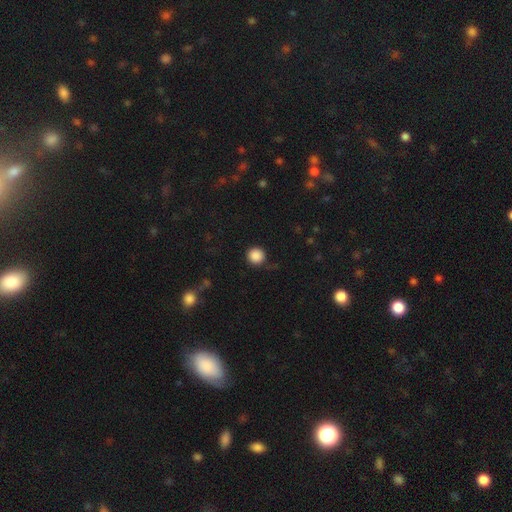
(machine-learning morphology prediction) This is clearly a smooth galaxy (88%). How rounded: clearly round (95%). Merging: clearly none (86%).